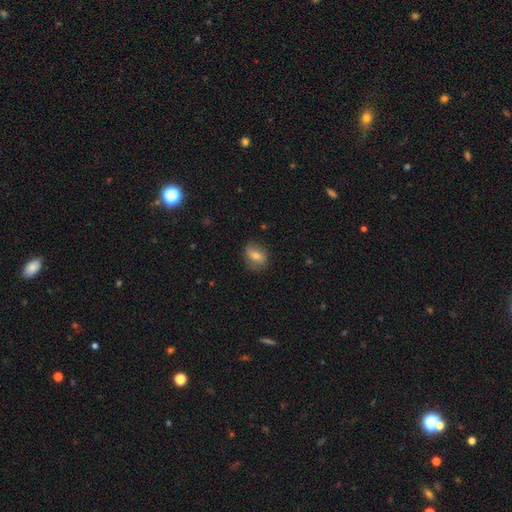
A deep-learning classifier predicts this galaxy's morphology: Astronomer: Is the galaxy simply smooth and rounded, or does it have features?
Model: smooth — 67%.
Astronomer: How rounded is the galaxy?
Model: in between — 71%.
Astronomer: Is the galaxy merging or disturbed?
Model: none — 76%.